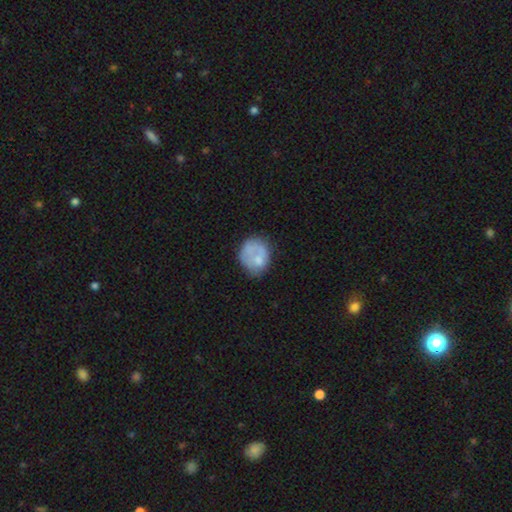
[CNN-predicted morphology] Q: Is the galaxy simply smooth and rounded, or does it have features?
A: smooth — 61%.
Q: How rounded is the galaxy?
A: round — 64%.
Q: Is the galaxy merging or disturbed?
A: none — 48%.